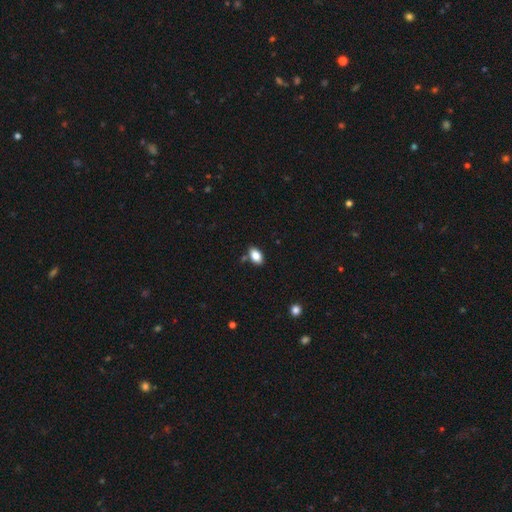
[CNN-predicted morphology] Q: Smooth or featured?
A: smooth (86%); runner-up: star or artifact (8%)
Q: How rounded?
A: in between (91%); runner-up: round (7%)
Q: Merging?
A: none (81%); runner-up: minor disturbance (11%)